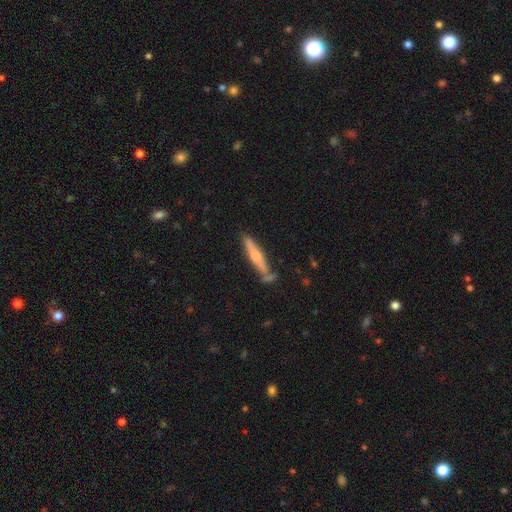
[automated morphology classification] Smooth or featured: smooth — 55% (featured or disk — 39%)
How rounded: cigar-shaped — 90% (in between — 8%)
Merging: none — 70% (minor disturbance — 16%)